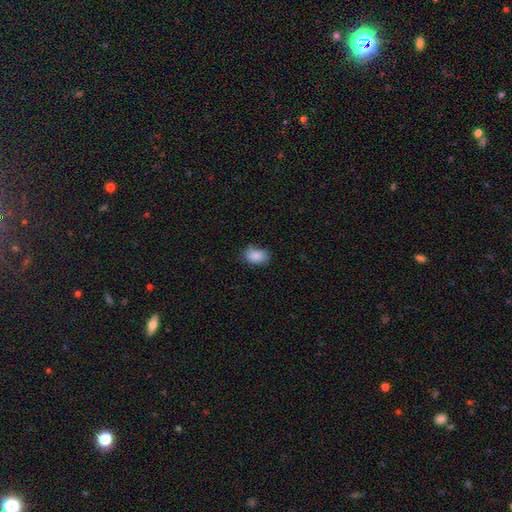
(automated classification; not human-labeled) smooth 87%, star or artifact 8%, featured or disk 6%. Down the decision tree: how rounded — in between (85%); merging — none (69%).